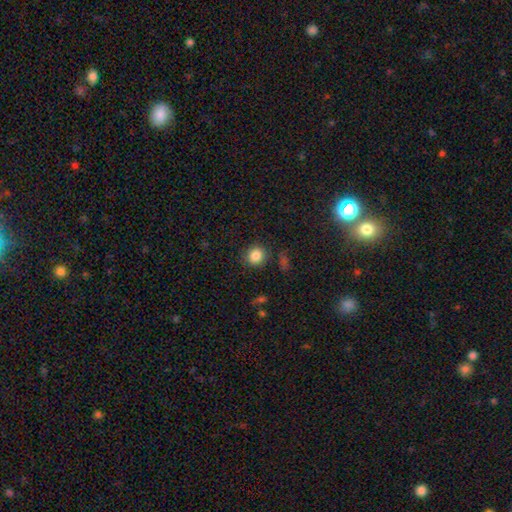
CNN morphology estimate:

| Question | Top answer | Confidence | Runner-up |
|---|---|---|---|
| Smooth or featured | smooth | 84% | star or artifact (10%) |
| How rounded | round | 86% | in between (13%) |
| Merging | none | 85% | minor disturbance (9%) |